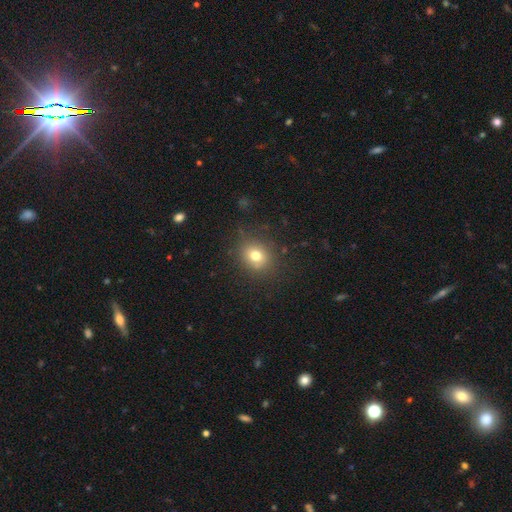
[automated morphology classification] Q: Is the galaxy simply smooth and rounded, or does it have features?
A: smooth — 75%.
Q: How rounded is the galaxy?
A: round — 73%.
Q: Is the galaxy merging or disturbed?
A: none — 82%.